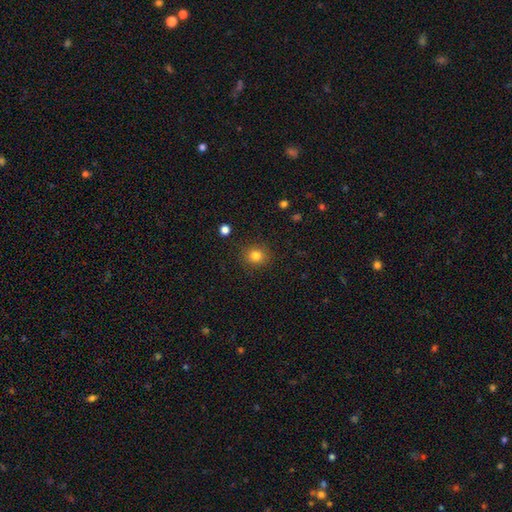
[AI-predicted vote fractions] Smooth or featured?
  - smooth: 82% *
  - star or artifact: 12%
  - featured or disk: 7%
How rounded?
  - round: 81% *
  - in between: 18%
  - cigar-shaped: 1%
Merging?
  - none: 88% *
  - minor disturbance: 8%
  - major disturbance: 3%
  - merger: 1%